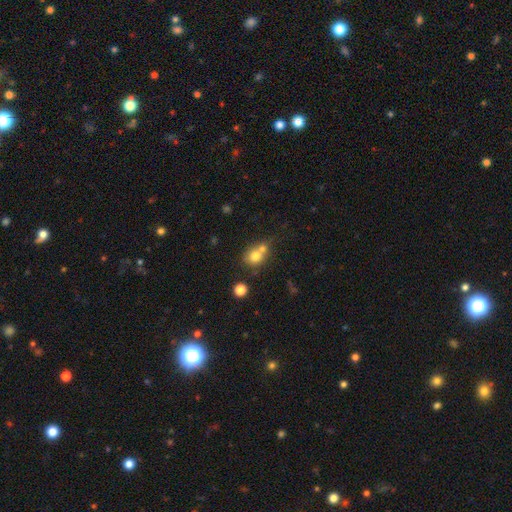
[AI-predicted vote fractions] This is likely a smooth galaxy (75%). How rounded: likely round (72%). Merging: possibly merger (53%).